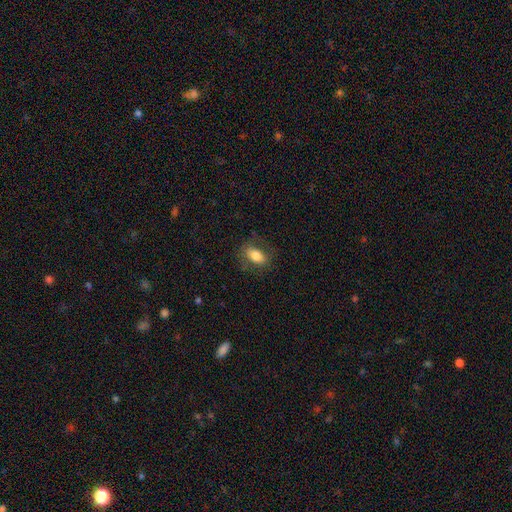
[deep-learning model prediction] Smooth or featured? smooth (77%)
How rounded? in between (86%)
Merging? none (75%)